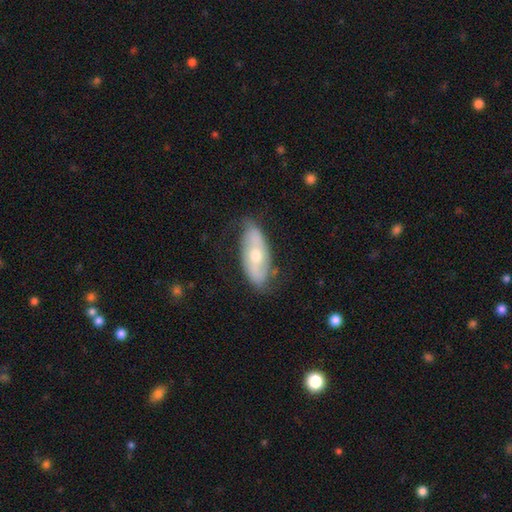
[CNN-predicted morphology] type=featured or disk (53%); edge-on=no (81%); merging=none (71%).